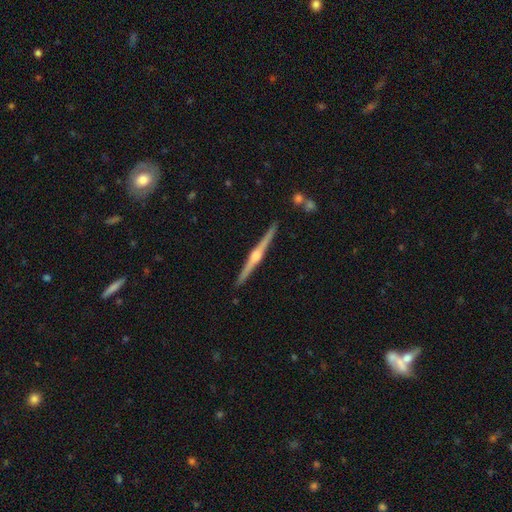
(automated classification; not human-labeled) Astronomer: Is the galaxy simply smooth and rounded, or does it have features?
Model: featured or disk — 84%.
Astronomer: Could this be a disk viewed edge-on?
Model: yes — 98%.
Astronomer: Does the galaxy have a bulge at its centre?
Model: rounded — 89%.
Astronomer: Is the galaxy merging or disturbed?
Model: none — 90%.